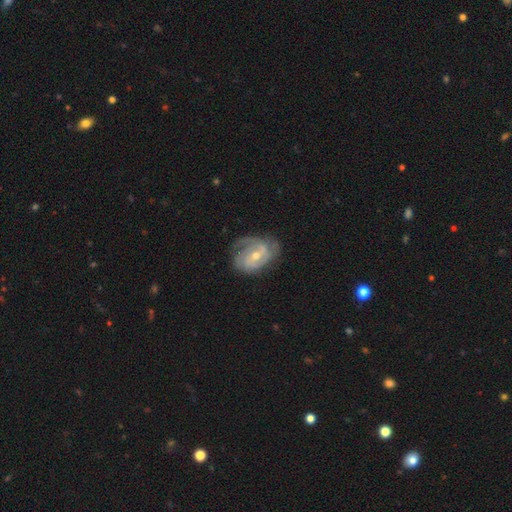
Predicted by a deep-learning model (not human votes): Smooth or featured? Predicted: featured or disk (p=0.86). Edge-on disk? Predicted: no (p=0.97). Bar? Predicted: no (p=0.47). Spiral arms? Predicted: yes (p=0.95). Spiral winding? Predicted: tight (p=0.55). Spiral arm count? Predicted: 3 (p=0.32). Bulge size? Predicted: moderate (p=0.56). Merging? Predicted: none (p=0.63).